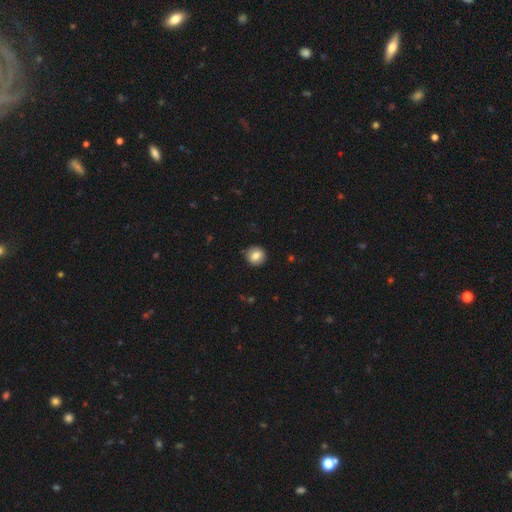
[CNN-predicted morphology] Smooth or featured?
  - smooth: 79% *
  - featured or disk: 12%
  - star or artifact: 9%
How rounded?
  - round: 88% *
  - in between: 11%
  - cigar-shaped: 1%
Merging?
  - none: 89% *
  - minor disturbance: 8%
  - major disturbance: 2%
  - merger: 1%